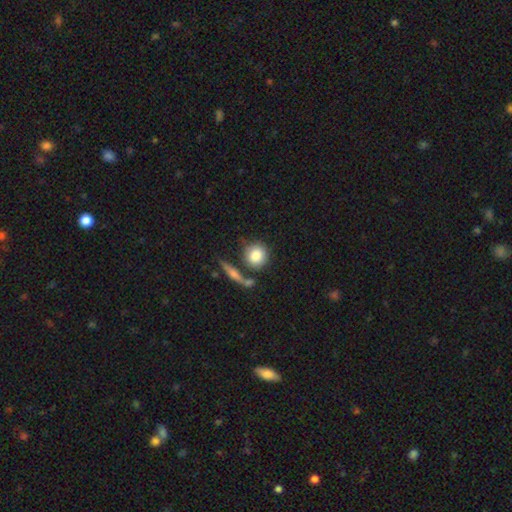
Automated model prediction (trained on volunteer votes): This is clearly a smooth galaxy (82%). How rounded: clearly round (85%). Merging: likely none (68%).